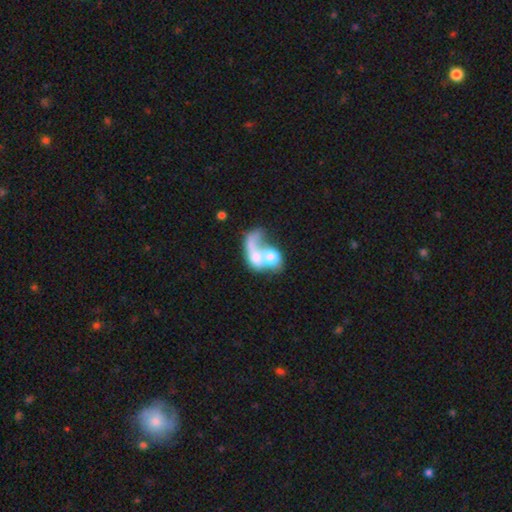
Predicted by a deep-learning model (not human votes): A featured or disk galaxy (48%).

Vote fractions:
- Smooth or featured? featured or disk: 48% / smooth: 44% / star or artifact: 9%
- Merging? merger: 68% / major disturbance: 19% / none: 8% / minor disturbance: 5%